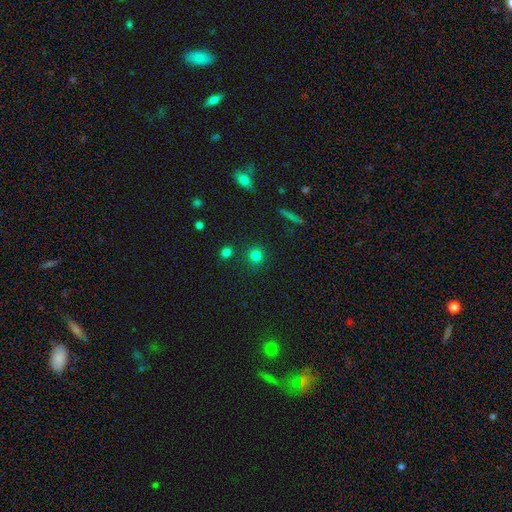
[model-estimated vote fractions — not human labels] Morphology: type=smooth (80%); roundness=round (91%); merging=none (86%).